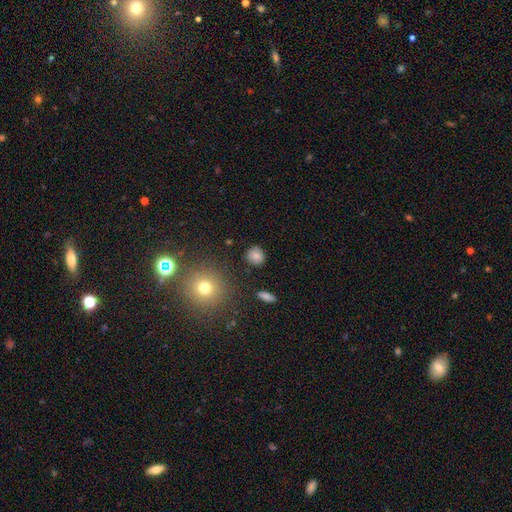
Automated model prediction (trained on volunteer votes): Q: Smooth or featured?
A: smooth (80%); runner-up: star or artifact (12%)
Q: How rounded?
A: round (86%); runner-up: in between (13%)
Q: Merging?
A: none (87%); runner-up: minor disturbance (9%)